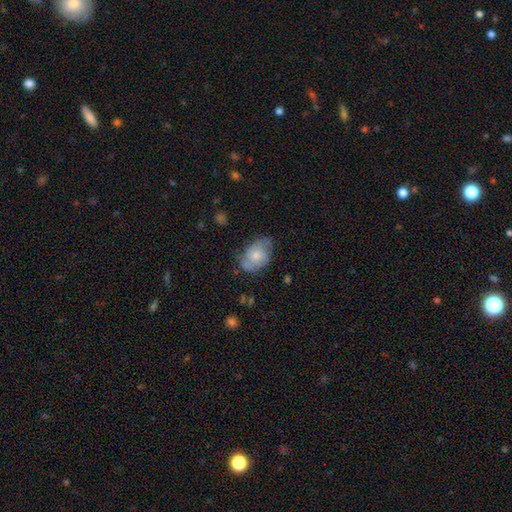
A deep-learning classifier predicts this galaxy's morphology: type=featured or disk (48%); merging=none (53%).